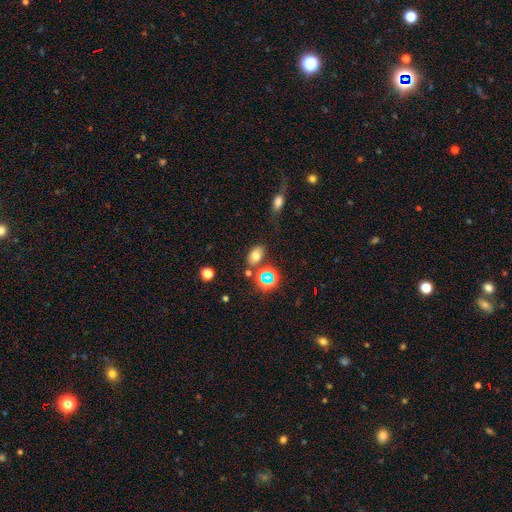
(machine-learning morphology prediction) Smooth or featured? Predicted: smooth (p=0.68). How rounded? Predicted: in between (p=0.81). Merging? Predicted: none (p=0.69).